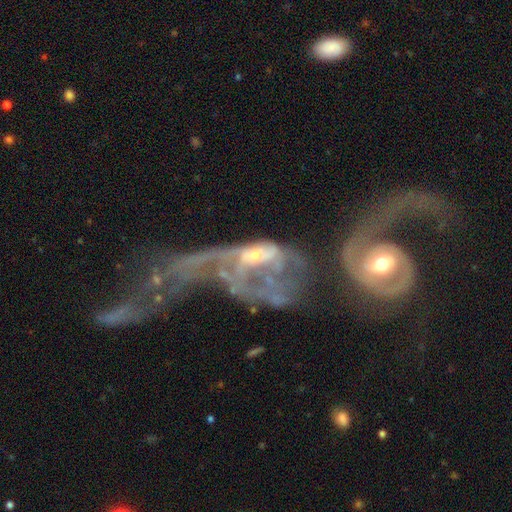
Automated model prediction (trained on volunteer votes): Smooth or featured?
  - featured or disk: 72% *
  - smooth: 16%
  - star or artifact: 12%
Edge-on disk?
  - no: 94% *
  - yes: 6%
Bar?
  - no: 65% *
  - weak: 24%
  - strong: 11%
Spiral arms?
  - no: 52% *
  - yes: 48%
Bulge size?
  - small: 48% *
  - moderate: 31%
  - none: 15%
  - large: 4%
  - dominant: 2%
Merging?
  - major disturbance: 52% *
  - merger: 32%
  - none: 9%
  - minor disturbance: 7%